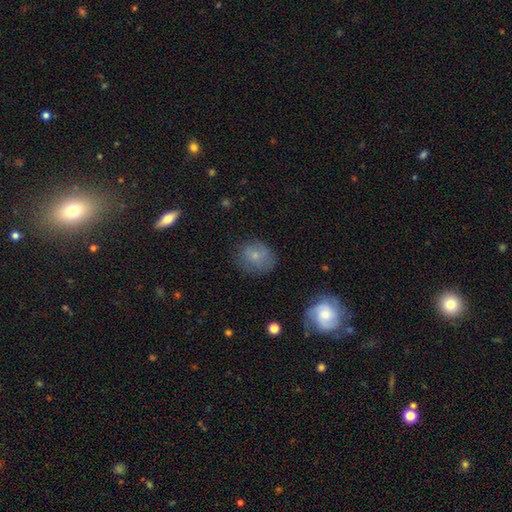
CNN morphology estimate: The model was most divided on "how rounded": round: 58%, in between: 41%, cigar-shaped: 1%. More confident: merging — none (66%); smooth or featured — smooth (65%).